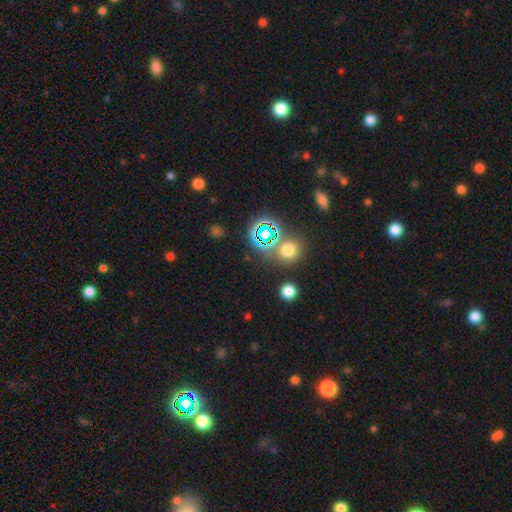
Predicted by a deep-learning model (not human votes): A star or artifact, not a galaxy (53%).